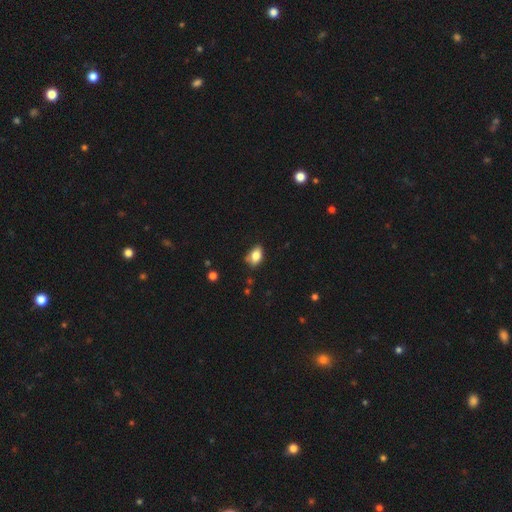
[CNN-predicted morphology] This appears to be a smooth galaxy with no disk features (82%) that is in between round and cigar-shaped (86%). Merging: none (67%).